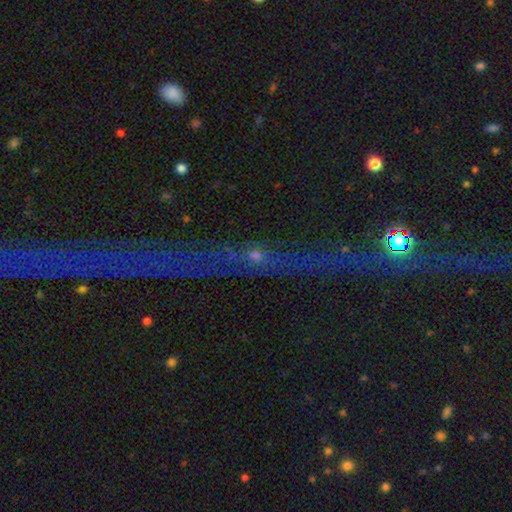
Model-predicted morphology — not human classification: Q: Smooth or featured?
A: star or artifact (54%); runner-up: featured or disk (29%)